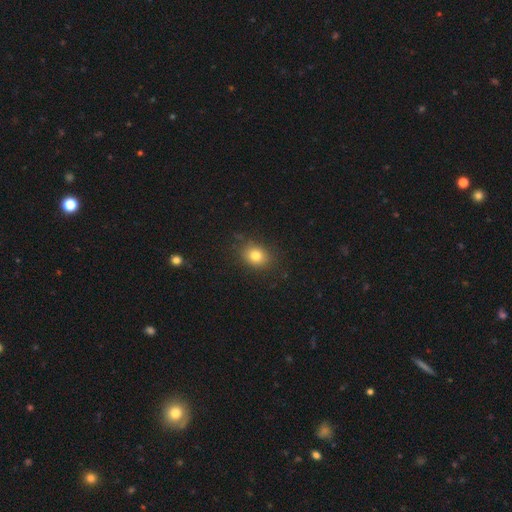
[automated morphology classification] This is clearly a smooth galaxy (81%). How rounded: possibly round (51%). Merging: clearly none (83%).